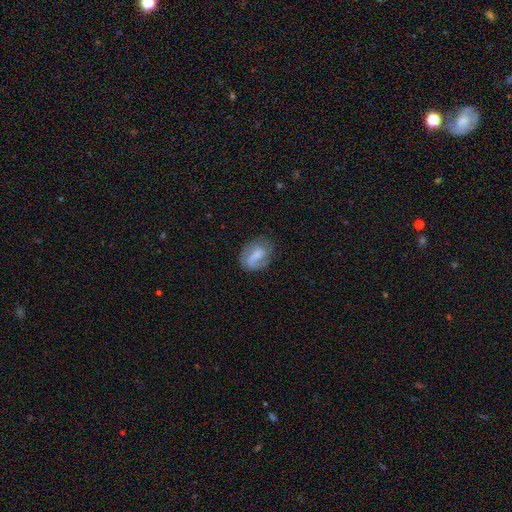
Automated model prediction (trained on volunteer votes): The model was most divided on "smooth or featured": featured or disk: 49%, smooth: 43%, star or artifact: 8%. More confident: merging — none (66%).